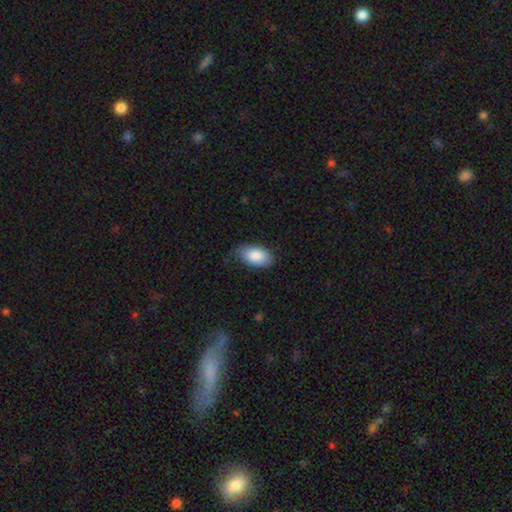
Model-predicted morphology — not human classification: A smooth galaxy with no disk features (86%) that is in between round and cigar-shaped (95%). Merging: none (73%).